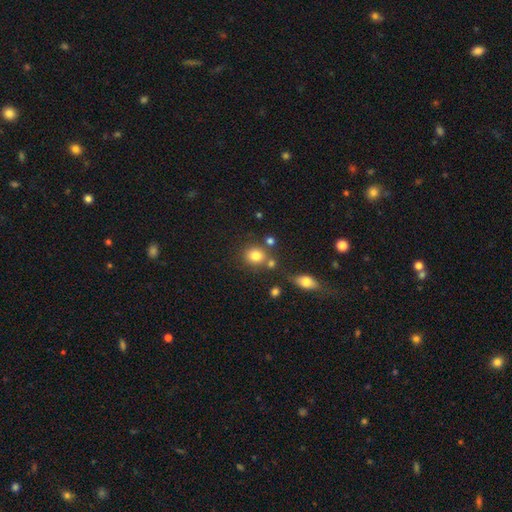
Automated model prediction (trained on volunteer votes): smooth_or_featured: smooth (p=0.81) [alt: star or artifact p=0.11]
how_rounded: round (p=0.75) [alt: in between p=0.24]
merging: none (p=0.68) [alt: merger p=0.16]